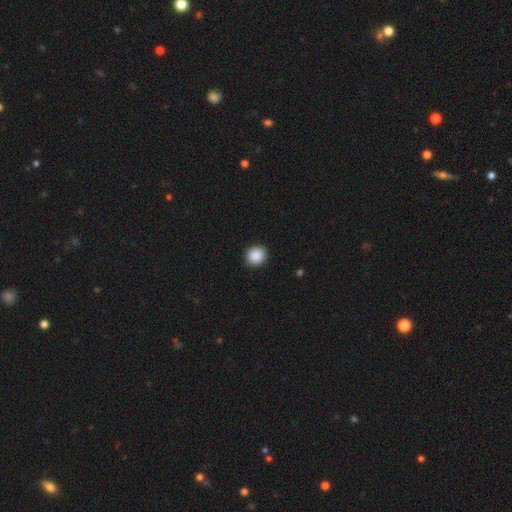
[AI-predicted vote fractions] This appears to be a smooth galaxy with no disk features (89%) that is round (77%). Merging: none (91%).